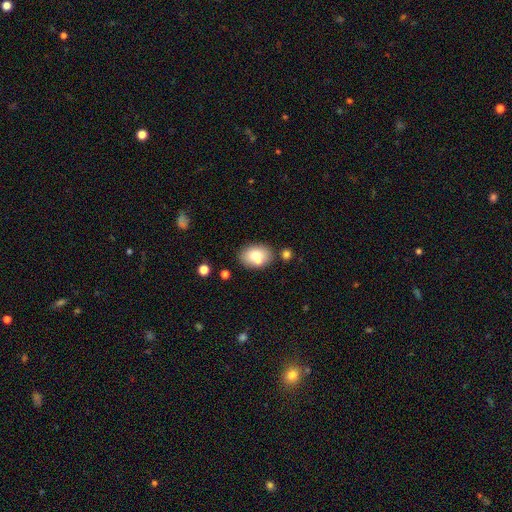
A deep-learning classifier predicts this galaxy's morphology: Smooth or featured: smooth — 73% (featured or disk — 18%)
How rounded: in between — 78% (round — 20%)
Merging: none — 66% (merger — 17%)